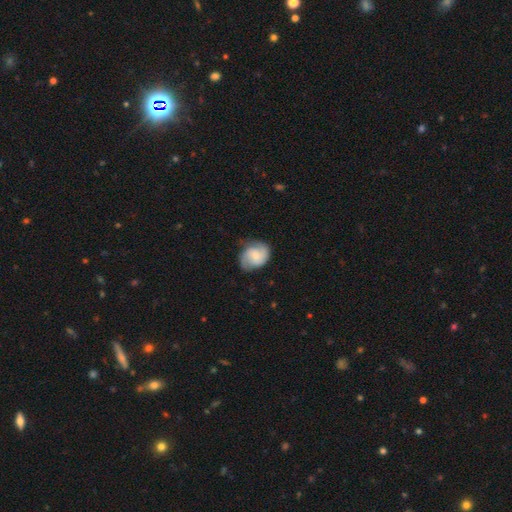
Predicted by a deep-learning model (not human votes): Smooth or featured: featured or disk — 59% (smooth — 34%)
Edge-on disk: no — 98% (yes — 2%)
Bar: no — 61% (weak — 33%)
Spiral arms: yes — 92% (no — 8%)
Spiral winding: medium — 46% (tight — 33%)
Spiral arm count: 2 — 76% (can't tell — 11%)
Bulge size: small — 59% (moderate — 30%)
Merging: none — 67% (minor disturbance — 24%)